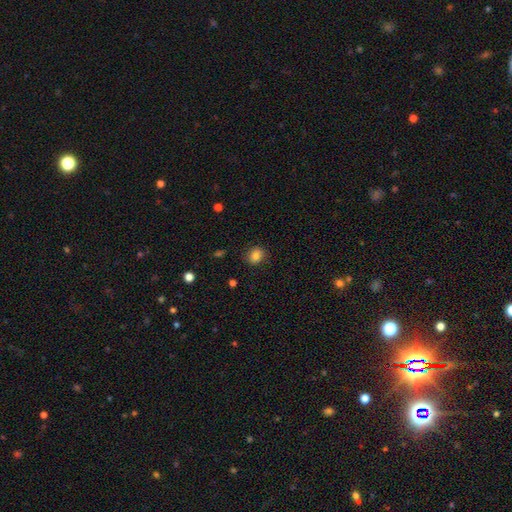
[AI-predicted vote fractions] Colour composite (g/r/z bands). It shows a smooth galaxy with no disk features (83%) that is round (66%). Merging: none (86%).